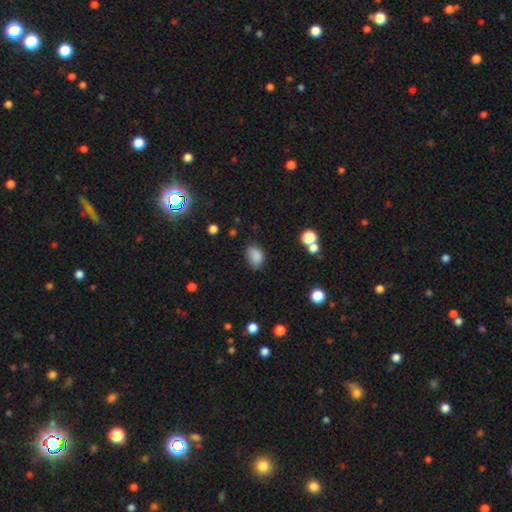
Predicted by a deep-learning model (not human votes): This appears to be a smooth galaxy with no disk features (85%) that is in between round and cigar-shaped (83%). Merging: none (72%).